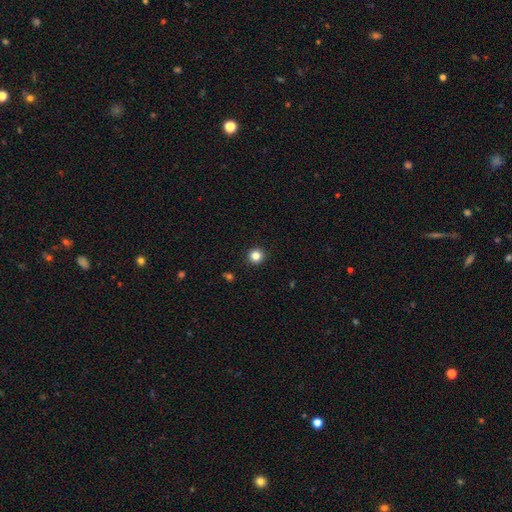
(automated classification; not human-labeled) This appears to be a smooth galaxy with no disk features (83%) that is round (94%). Merging: none (93%).